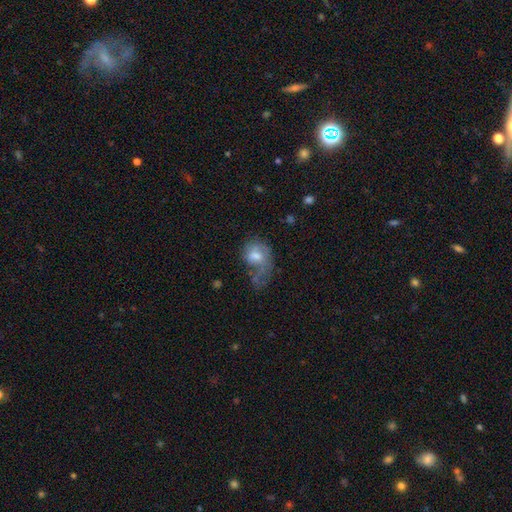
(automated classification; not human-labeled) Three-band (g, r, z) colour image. It shows a smooth galaxy with no disk features (53%) that is in between round and cigar-shaped (65%). Merging: major disturbance (47%).